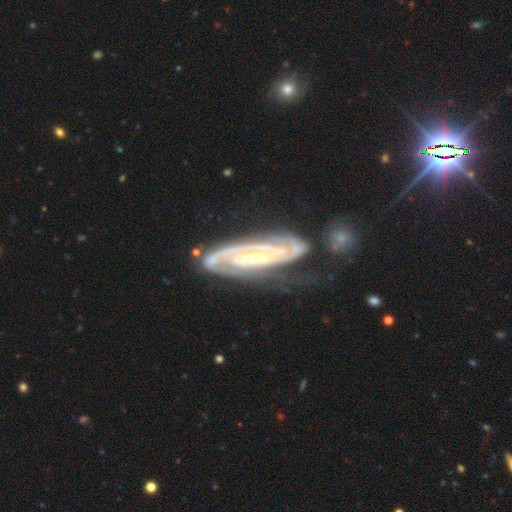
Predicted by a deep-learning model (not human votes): Smooth or featured: featured or disk — 90% (smooth — 5%)
Edge-on disk: no — 91% (yes — 9%)
Bar: no — 41% (weak — 33%)
Spiral arms: yes — 98% (no — 2%)
Spiral winding: tight — 71% (medium — 25%)
Spiral arm count: 2 — 64% (can't tell — 13%)
Bulge size: small — 74% (moderate — 17%)
Merging: none — 62% (minor disturbance — 20%)